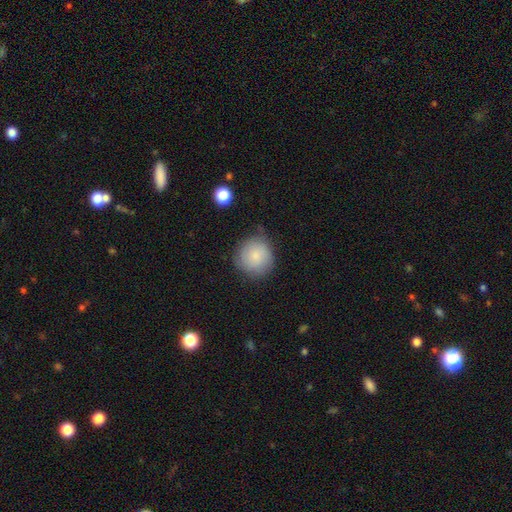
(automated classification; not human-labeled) Q: Smooth or featured?
A: smooth (81%); runner-up: featured or disk (11%)
Q: How rounded?
A: round (89%); runner-up: in between (10%)
Q: Merging?
A: none (68%); runner-up: minor disturbance (24%)